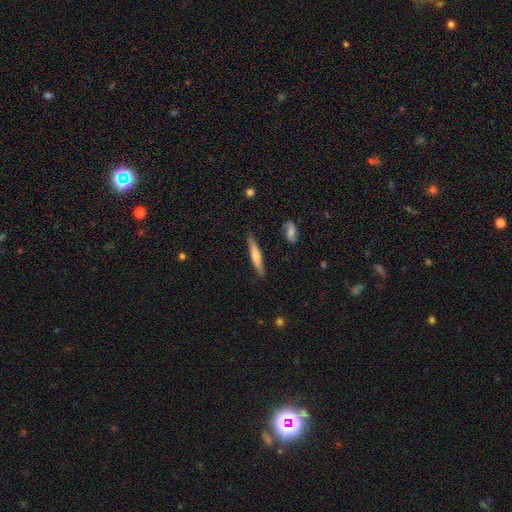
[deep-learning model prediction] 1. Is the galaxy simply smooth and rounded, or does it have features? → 57% smooth, 38% featured or disk, 6% star or artifact.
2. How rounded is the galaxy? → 89% cigar-shaped, 10% in between, 2% round.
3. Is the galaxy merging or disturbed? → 86% none, 10% minor disturbance, 2% major disturbance, 2% merger.